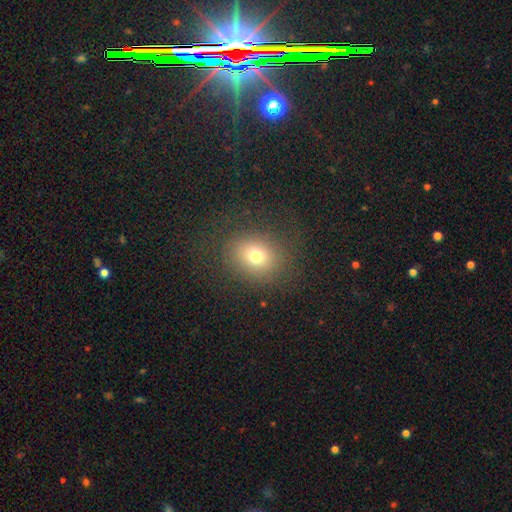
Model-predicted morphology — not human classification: smooth-or-featured: smooth: 73% | star or artifact: 15% | featured or disk: 11%
  how-rounded: round: 62% | in between: 37% | cigar-shaped: 1%
  merging: none: 80% | minor disturbance: 11% | major disturbance: 8% | merger: 1%